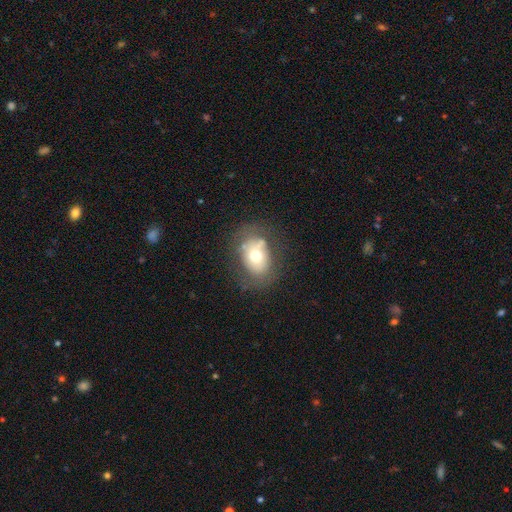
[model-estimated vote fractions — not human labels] A smooth galaxy with no disk features (60%) that is in between round and cigar-shaped (60%). Merging: none (60%).